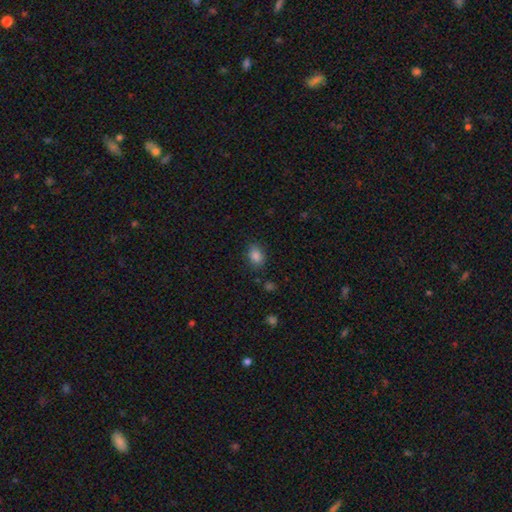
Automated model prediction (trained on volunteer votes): smooth-or-featured: smooth: 85% | star or artifact: 10% | featured or disk: 4%
  how-rounded: in between: 69% | round: 30% | cigar-shaped: 1%
  merging: none: 83% | minor disturbance: 12% | major disturbance: 3% | merger: 2%